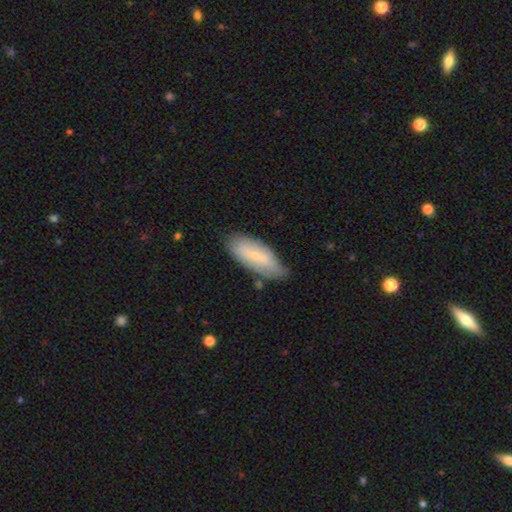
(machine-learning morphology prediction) type=smooth (57%); roundness=in between (80%); merging=none (68%).